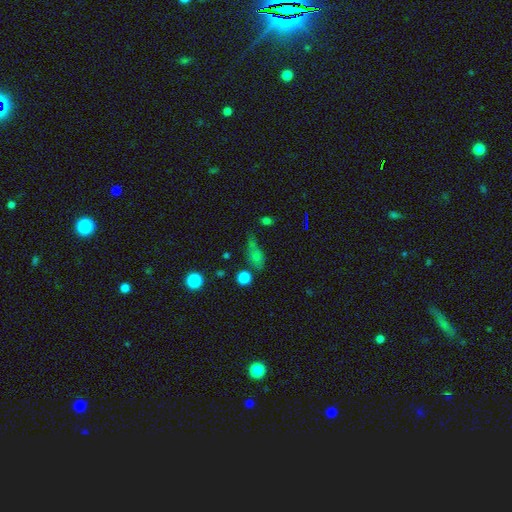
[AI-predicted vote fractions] The model was most divided on "merging": none: 49%, minor disturbance: 23%, major disturbance: 16%, merger: 11%. More confident: smooth or featured — smooth (65%); how rounded — in between (56%).